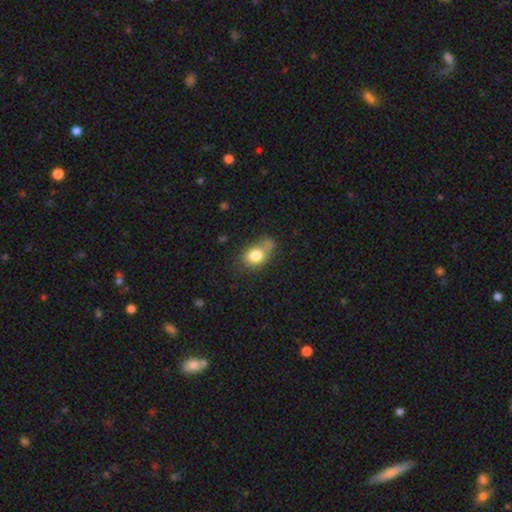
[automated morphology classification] Smooth or featured? Predicted: smooth (p=0.78). How rounded? Predicted: in between (p=0.60). Merging? Predicted: none (p=0.41).